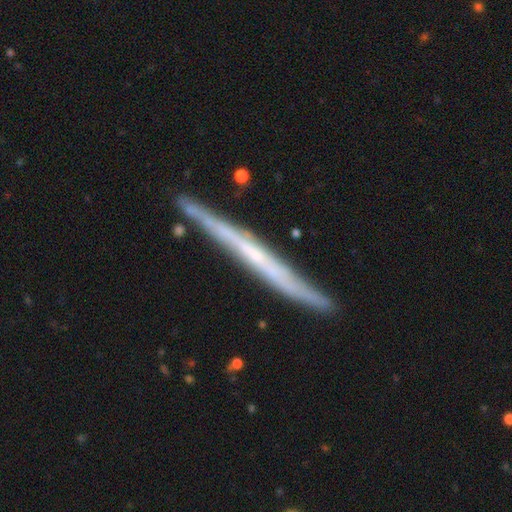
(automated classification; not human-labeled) Smooth or featured: featured or disk — 71% (smooth — 23%)
Edge-on disk: yes — 95% (no — 5%)
Edge-on bulge: none — 76% (rounded — 19%)
Merging: none — 85% (minor disturbance — 11%)